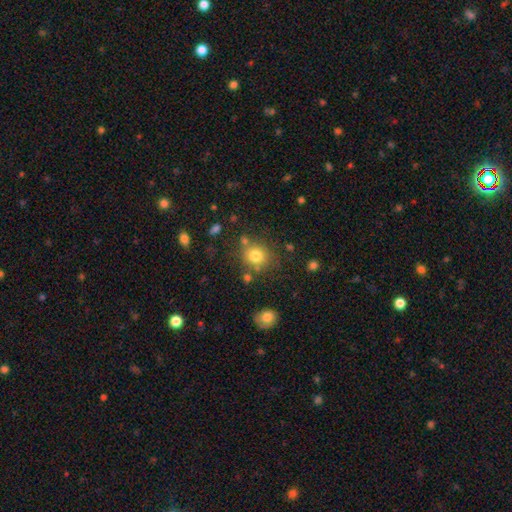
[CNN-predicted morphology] type=smooth (78%); roundness=round (84%); merging=none (73%).